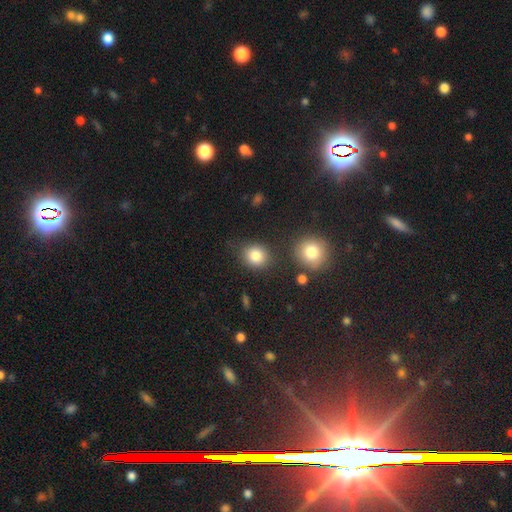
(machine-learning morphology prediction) Smooth or featured? Predicted: smooth (p=0.83). How rounded? Predicted: round (p=0.70). Merging? Predicted: none (p=0.79).